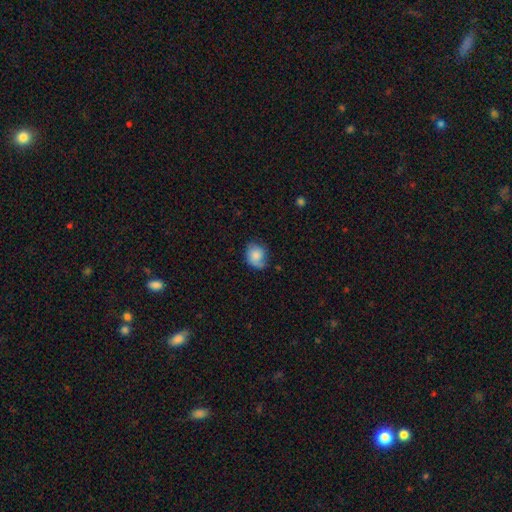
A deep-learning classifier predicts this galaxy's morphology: smooth-or-featured: smooth: 71% | featured or disk: 21% | star or artifact: 8%
  how-rounded: round: 53% | in between: 46% | cigar-shaped: 1%
  merging: none: 52% | minor disturbance: 33% | major disturbance: 12% | merger: 2%